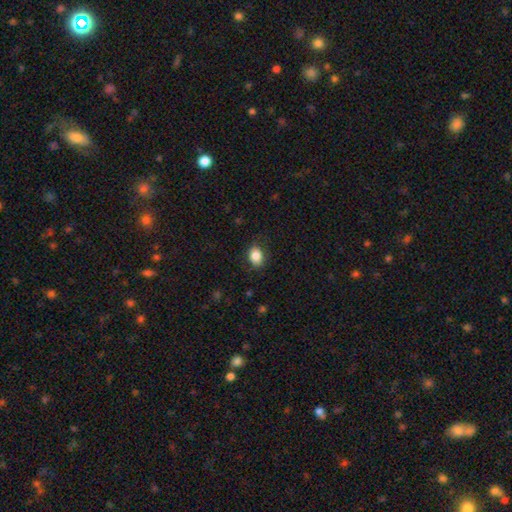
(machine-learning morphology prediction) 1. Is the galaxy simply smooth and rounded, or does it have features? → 85% smooth, 9% star or artifact, 6% featured or disk.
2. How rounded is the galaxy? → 61% in between, 38% round, 1% cigar-shaped.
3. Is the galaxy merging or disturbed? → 81% none, 15% minor disturbance, 4% major disturbance, 1% merger.